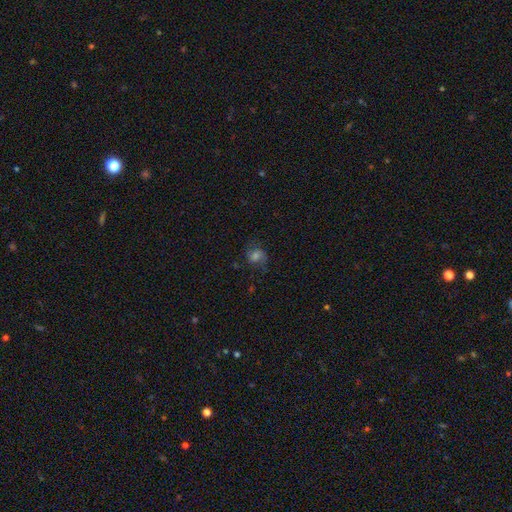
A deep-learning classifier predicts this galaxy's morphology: This appears to be a smooth galaxy with no disk features (44%). Merging: none (66%).